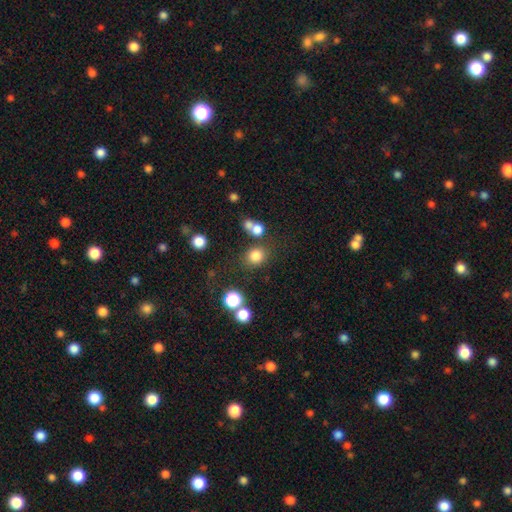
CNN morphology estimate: A smooth galaxy with no disk features (80%) that is round (79%). Merging: none (73%).